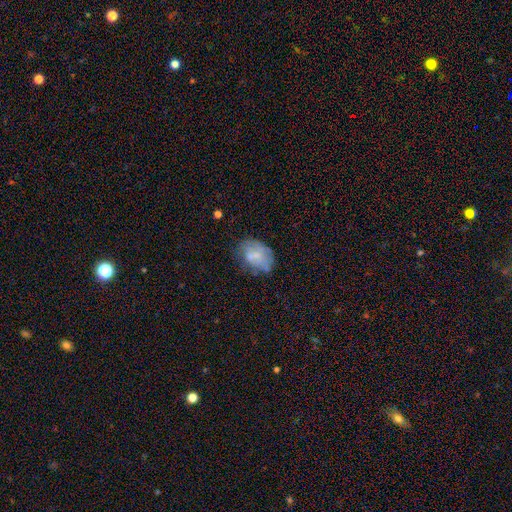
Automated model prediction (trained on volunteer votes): This is possibly a smooth galaxy (55%). How rounded: clearly in between (80%). Merging: possibly none (50%).